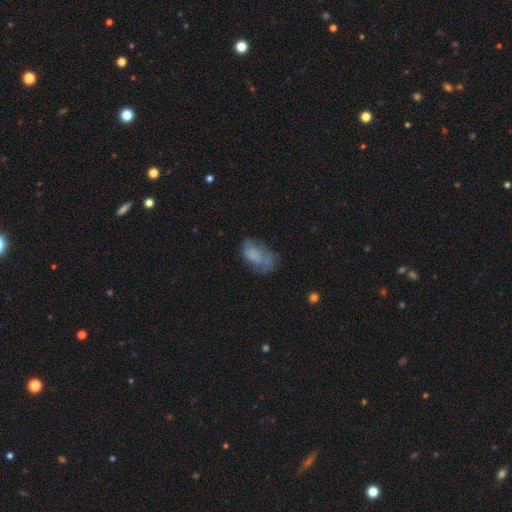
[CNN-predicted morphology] Smooth or featured?
  - smooth: 60% *
  - featured or disk: 31%
  - star or artifact: 10%
How rounded?
  - in between: 91% *
  - round: 7%
  - cigar-shaped: 3%
Merging?
  - none: 44% *
  - minor disturbance: 30%
  - major disturbance: 22%
  - merger: 4%